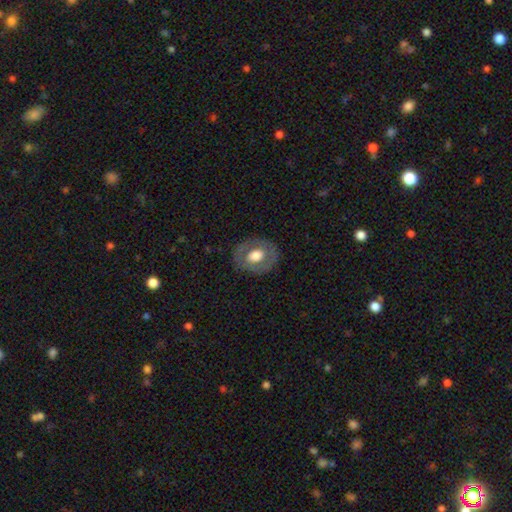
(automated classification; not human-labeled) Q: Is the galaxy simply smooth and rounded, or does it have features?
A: smooth — 52%.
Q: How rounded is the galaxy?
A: in between — 54%.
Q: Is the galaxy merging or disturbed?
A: none — 81%.